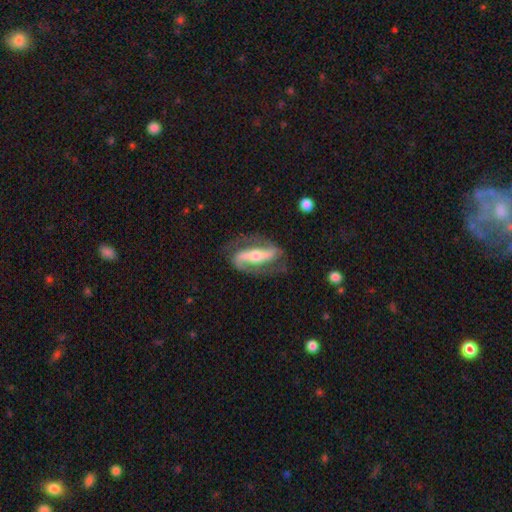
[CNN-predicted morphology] Overall: featured or disk (87%). Edge-on disk: no (91%). Bar: strong (63%). Spiral arms: yes (95%). Spiral arm count: 2 (91%). Spiral winding: medium (44%; loose 32%). Bulge size: moderate (51%; small 40%). Merging: none (76%).